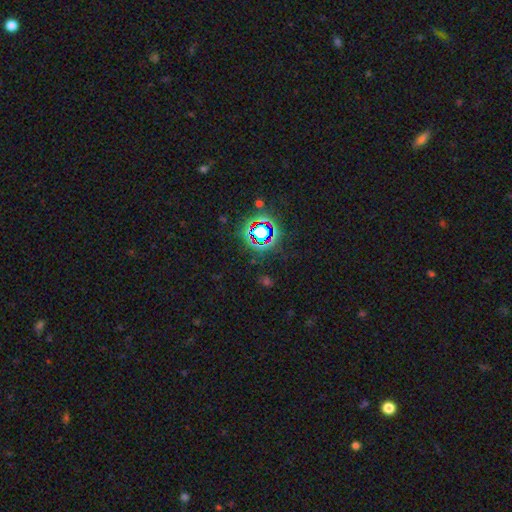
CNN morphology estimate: type=star or artifact (80%).